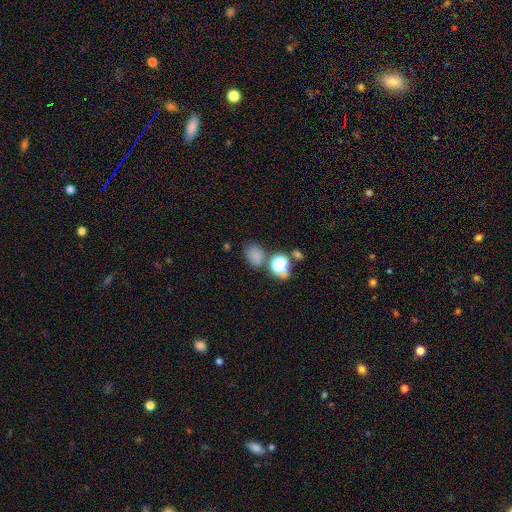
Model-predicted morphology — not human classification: Smooth or featured? smooth (71%)
How rounded? in between (53%)
Merging? none (65%)